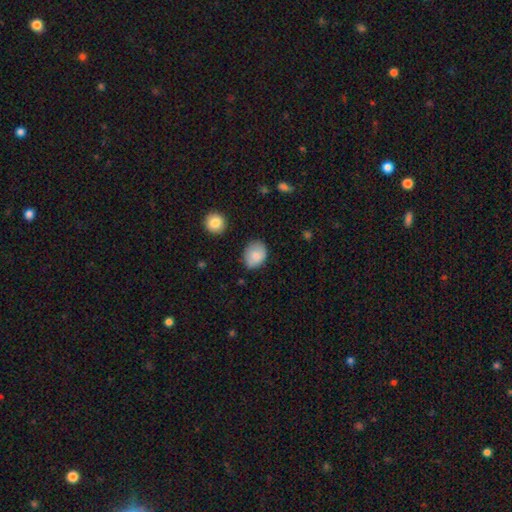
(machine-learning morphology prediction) smooth 82%, featured or disk 11%, star or artifact 7%. Down the decision tree: how rounded — in between (61%); merging — none (74%).